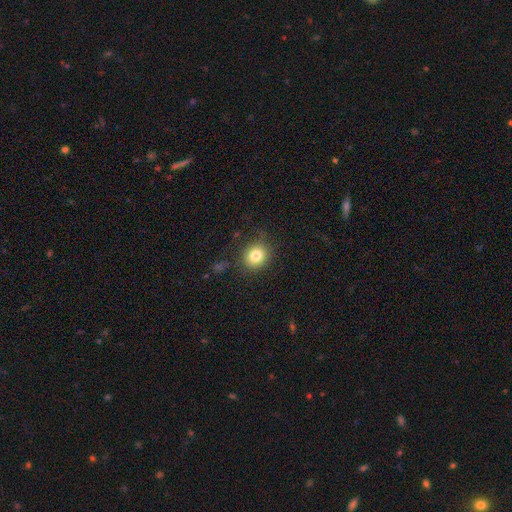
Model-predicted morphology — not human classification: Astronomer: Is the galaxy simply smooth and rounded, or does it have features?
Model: smooth — 82%.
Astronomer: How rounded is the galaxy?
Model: round — 75%.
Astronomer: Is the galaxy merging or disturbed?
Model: none — 82%.